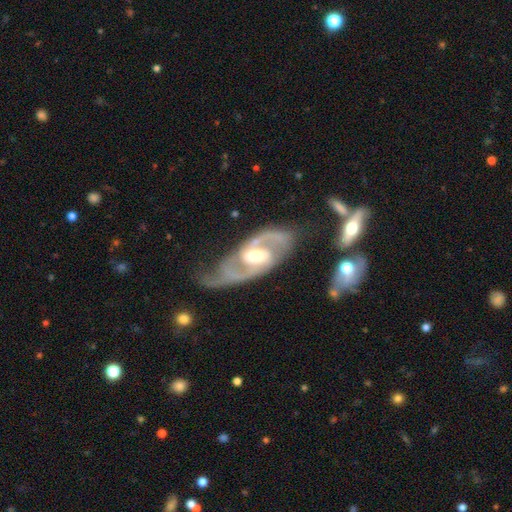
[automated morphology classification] smooth-or-featured: featured or disk: 91% | smooth: 5% | star or artifact: 4%
  disk-edge-on: no: 96% | yes: 4%
    bar: weak: 45% | strong: 34% | no: 21%
    has-spiral-arms: yes: 97% | no: 3%
      spiral-winding: medium: 56% | tight: 23% | loose: 21%
      spiral-arm-count: 2: 91% | can't tell: 3% | 1: 2% | 3: 2% | 4: 1% | more than 4: 1%
    bulge-size: moderate: 67% | small: 24% | large: 7% | none: 1% | dominant: 1%
  merging: none: 60% | minor disturbance: 21% | major disturbance: 14% | merger: 5%